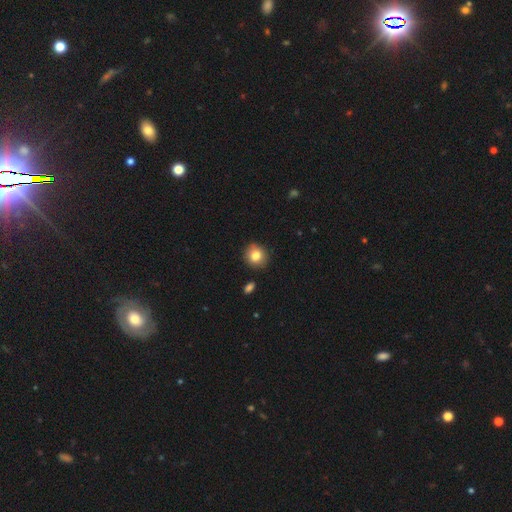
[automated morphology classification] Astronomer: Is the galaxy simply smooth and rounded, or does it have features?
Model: smooth — 82%.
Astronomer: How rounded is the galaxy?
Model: round — 87%.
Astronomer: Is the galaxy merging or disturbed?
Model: none — 88%.